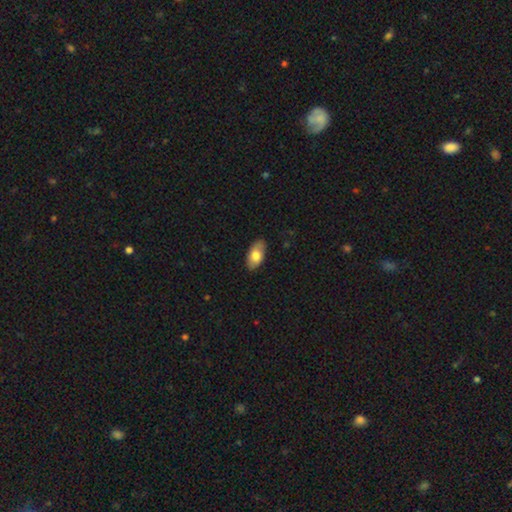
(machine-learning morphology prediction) Q: Smooth or featured?
A: smooth (74%); runner-up: featured or disk (20%)
Q: How rounded?
A: in between (93%); runner-up: round (3%)
Q: Merging?
A: none (85%); runner-up: minor disturbance (12%)